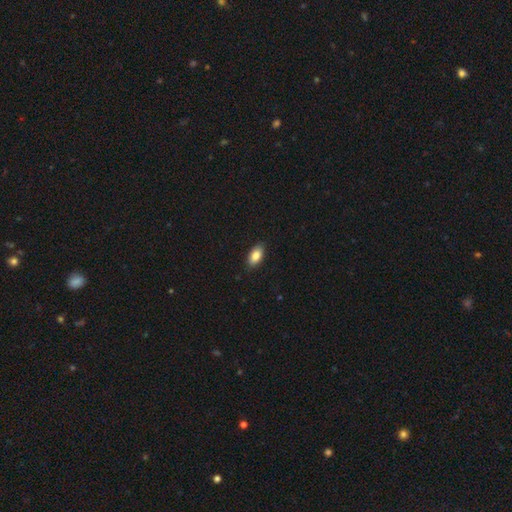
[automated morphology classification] smooth_or_featured: smooth (p=0.87) [alt: star or artifact p=0.07]
how_rounded: in between (p=0.92) [alt: cigar-shaped p=0.04]
merging: none (p=0.88) [alt: minor disturbance p=0.09]